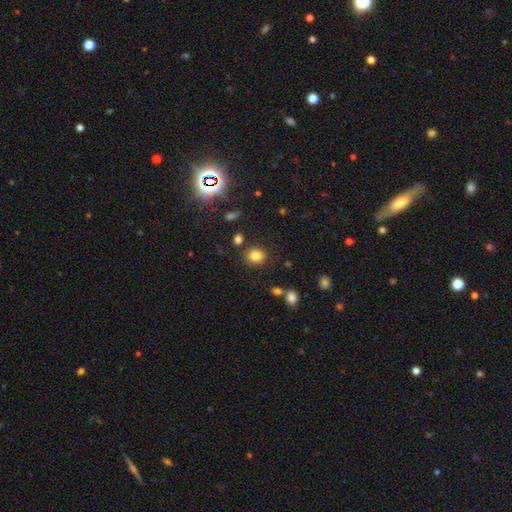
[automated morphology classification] Smooth or featured: smooth — 81% (star or artifact — 13%)
How rounded: round — 69% (in between — 30%)
Merging: none — 84% (minor disturbance — 9%)